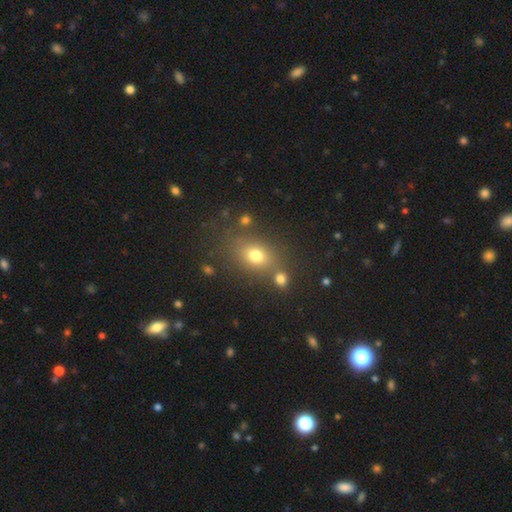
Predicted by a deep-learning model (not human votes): Smooth or featured: smooth — 74% (star or artifact — 15%)
How rounded: in between — 64% (round — 34%)
Merging: none — 65% (merger — 16%)